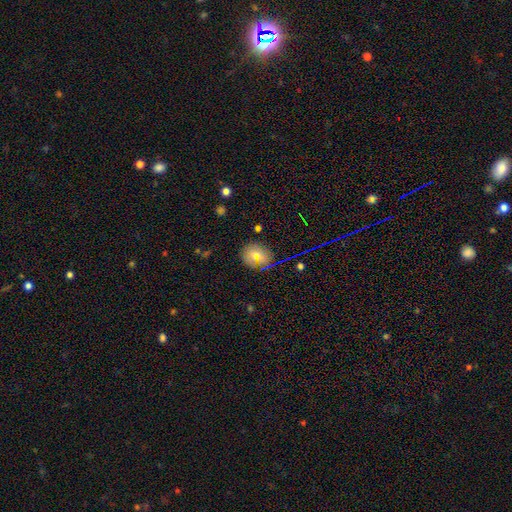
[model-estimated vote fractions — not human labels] The model was most divided on "how rounded": round: 64%, in between: 34%, cigar-shaped: 2%. More confident: merging — none (82%); smooth or featured — smooth (67%).